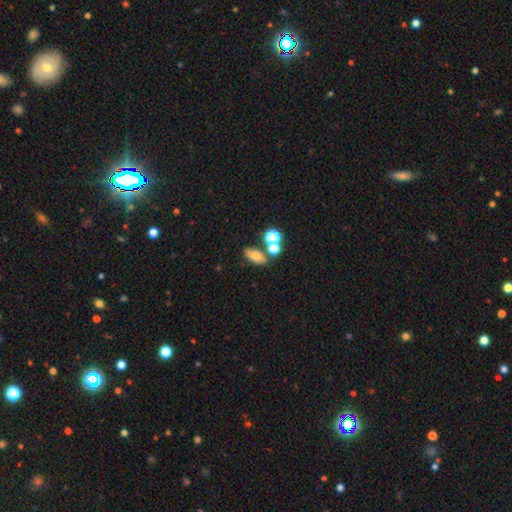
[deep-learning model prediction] smooth-or-featured: smooth: 69% | featured or disk: 17% | star or artifact: 14%
  how-rounded: in between: 76% | round: 17% | cigar-shaped: 7%
  merging: none: 66% | merger: 20% | minor disturbance: 10% | major disturbance: 4%